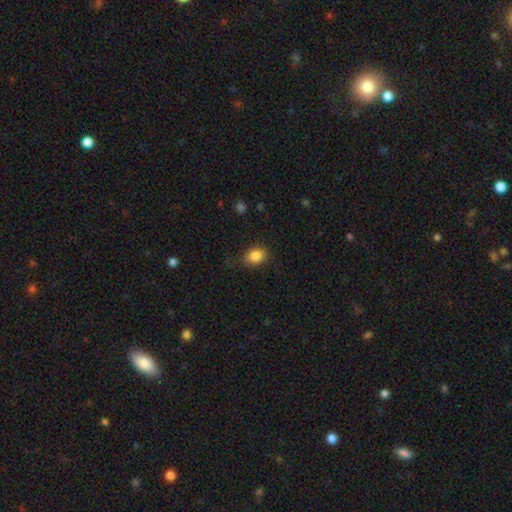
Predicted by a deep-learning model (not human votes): This appears to be a smooth galaxy with no disk features (85%) that is in between round and cigar-shaped (57%). Merging: none (78%).